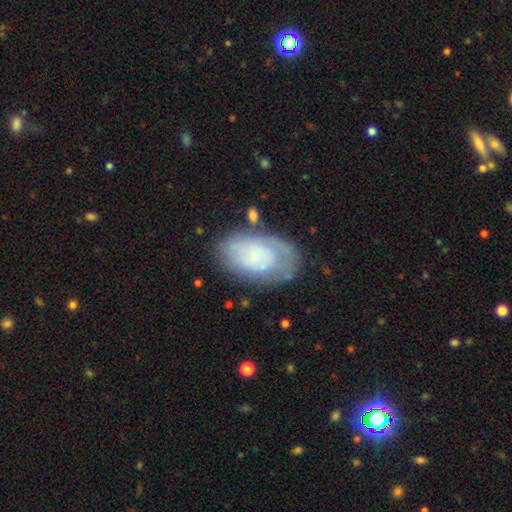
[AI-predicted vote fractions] Smooth or featured? Predicted: featured or disk (p=0.53). Edge-on disk? Predicted: no (p=0.96). Bar? Predicted: no (p=0.75). Spiral arms? Predicted: yes (p=0.70). Bulge size? Predicted: small (p=0.53). Merging? Predicted: none (p=0.62).